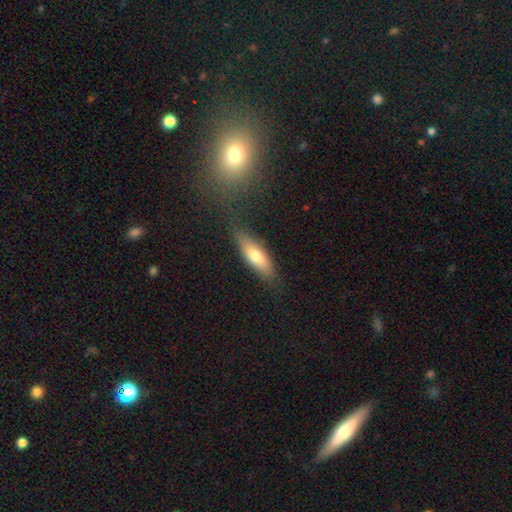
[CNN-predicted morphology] Q: Smooth or featured?
A: smooth (67%); runner-up: featured or disk (26%)
Q: How rounded?
A: in between (50%); runner-up: cigar-shaped (47%)
Q: Merging?
A: none (76%); runner-up: minor disturbance (16%)